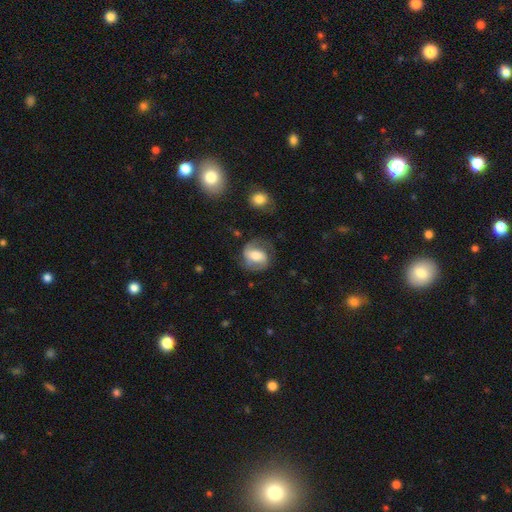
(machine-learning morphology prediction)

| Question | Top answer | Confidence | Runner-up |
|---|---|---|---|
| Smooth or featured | featured or disk | 63% | smooth (30%) |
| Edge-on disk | no | 97% | yes (3%) |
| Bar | weak | 39% | no (32%) |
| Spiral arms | yes | 88% | no (12%) |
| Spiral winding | medium | 49% | tight (29%) |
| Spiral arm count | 2 | 86% | can't tell (7%) |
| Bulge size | moderate | 48% | large (27%) |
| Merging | none | 65% | minor disturbance (20%) |